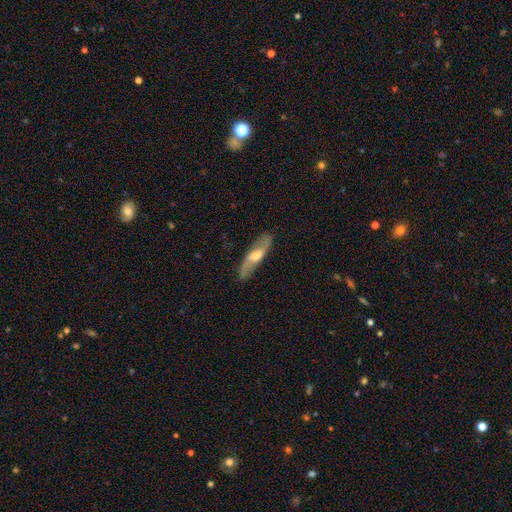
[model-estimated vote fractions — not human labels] Smooth or featured? Predicted: featured or disk (p=0.57). Edge-on disk? Predicted: no (p=0.56). Merging? Predicted: none (p=0.82).